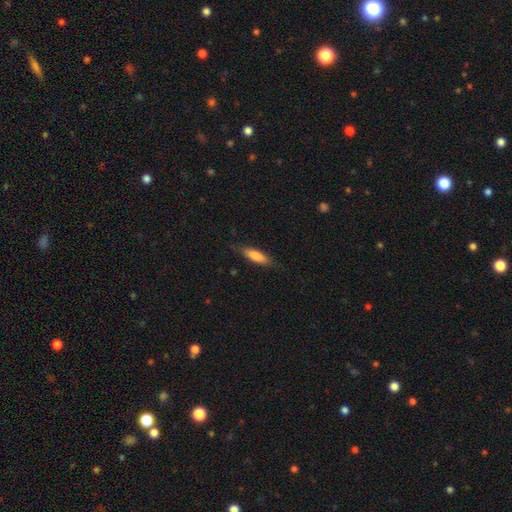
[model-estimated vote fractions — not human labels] Smooth or featured? smooth (78%)
How rounded? cigar-shaped (59%)
Merging? none (80%)